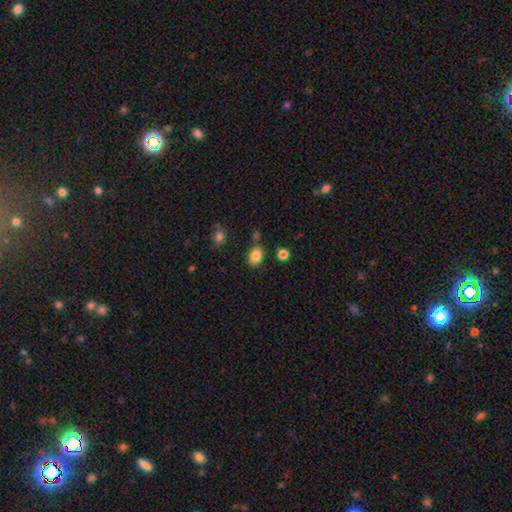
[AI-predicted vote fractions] Morphology: type=smooth (85%); roundness=in between (50%, tied with round); merging=none (80%).